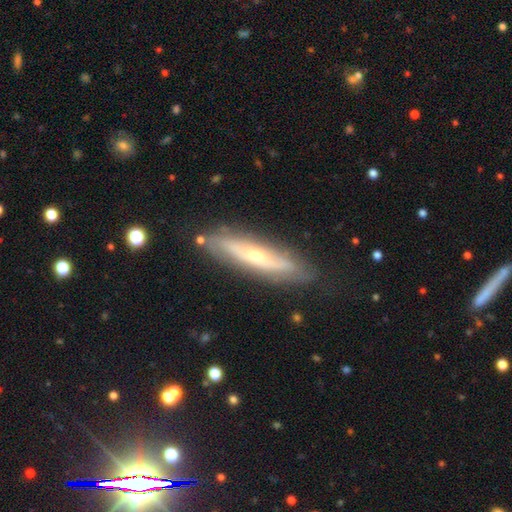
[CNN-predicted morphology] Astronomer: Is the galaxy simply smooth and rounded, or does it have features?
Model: featured or disk — 67%.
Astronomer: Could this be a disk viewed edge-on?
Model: yes — 59% (runner-up: no, 41%).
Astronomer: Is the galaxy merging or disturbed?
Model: none — 80%.